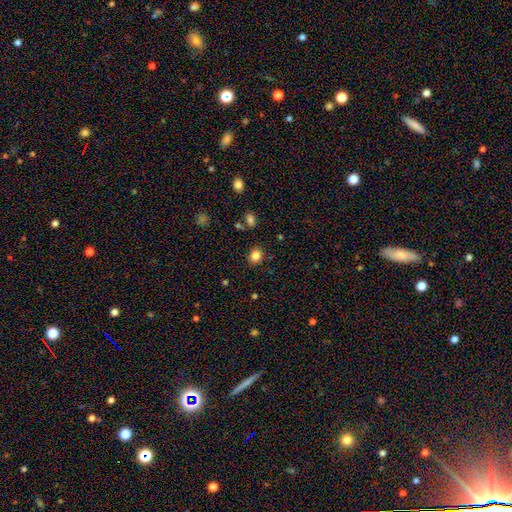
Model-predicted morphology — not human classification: Smooth or featured? Predicted: smooth (p=0.84). How rounded? Predicted: round (p=0.60). Merging? Predicted: none (p=0.86).